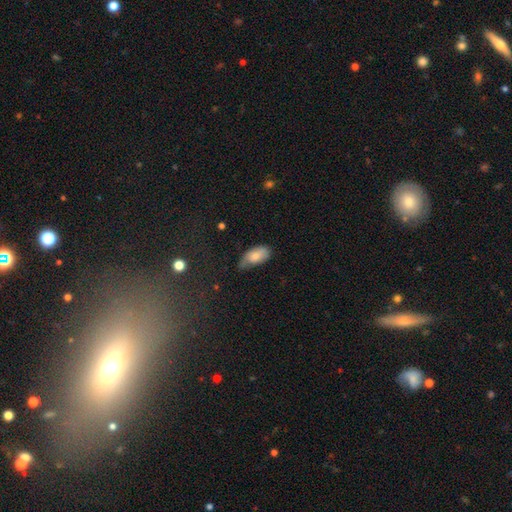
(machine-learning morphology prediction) A smooth galaxy with no disk features (76%) that is in between round and cigar-shaped (94%). Merging: minor disturbance (44%).